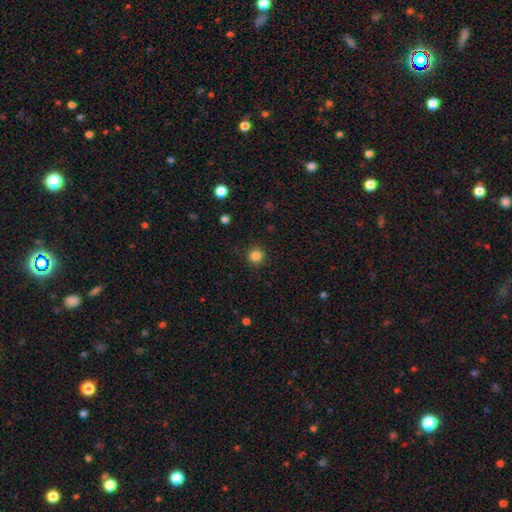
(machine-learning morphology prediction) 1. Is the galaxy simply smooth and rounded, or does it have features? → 84% smooth, 12% star or artifact, 4% featured or disk.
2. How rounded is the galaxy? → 94% round, 5% in between, 1% cigar-shaped.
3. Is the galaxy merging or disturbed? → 91% none, 6% minor disturbance, 2% major disturbance, 1% merger.